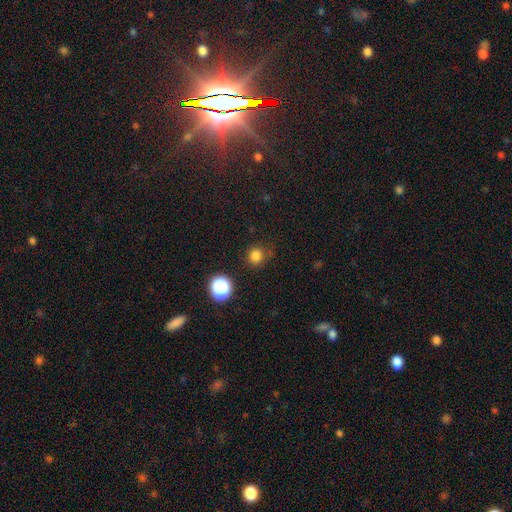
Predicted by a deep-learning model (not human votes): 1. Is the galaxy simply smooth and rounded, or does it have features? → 80% smooth, 16% star or artifact, 4% featured or disk.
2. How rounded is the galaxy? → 88% round, 11% in between, 1% cigar-shaped.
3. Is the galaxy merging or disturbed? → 78% none, 15% minor disturbance, 5% major disturbance, 2% merger.